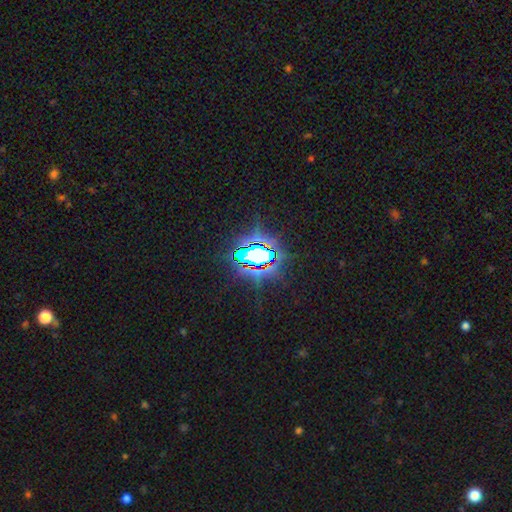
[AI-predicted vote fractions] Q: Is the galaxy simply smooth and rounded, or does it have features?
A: star or artifact — 80%.